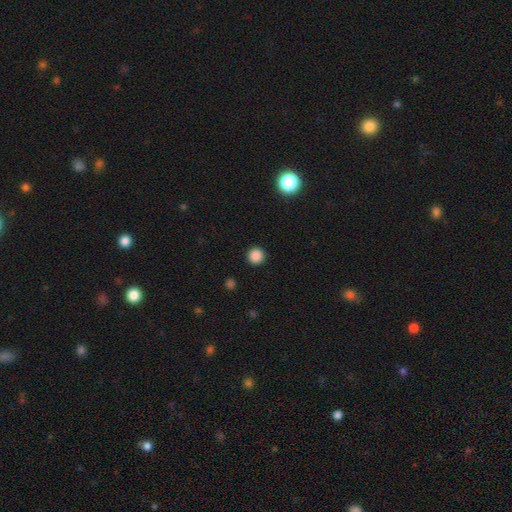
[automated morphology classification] This is clearly a smooth galaxy (87%). How rounded: clearly round (95%). Merging: clearly none (93%).